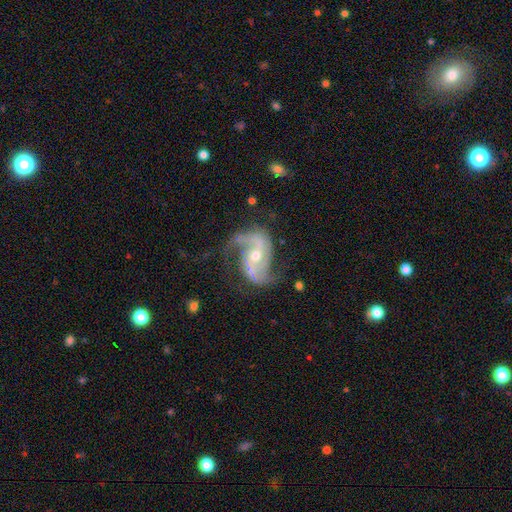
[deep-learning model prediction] Smooth or featured? Predicted: featured or disk (p=0.91). Edge-on disk? Predicted: no (p=0.97). Bar? Predicted: no (p=0.41). Spiral arms? Predicted: yes (p=0.98). Spiral winding? Predicted: medium (p=0.47). Spiral arm count? Predicted: 2 (p=0.79). Bulge size? Predicted: moderate (p=0.51). Merging? Predicted: none (p=0.65).